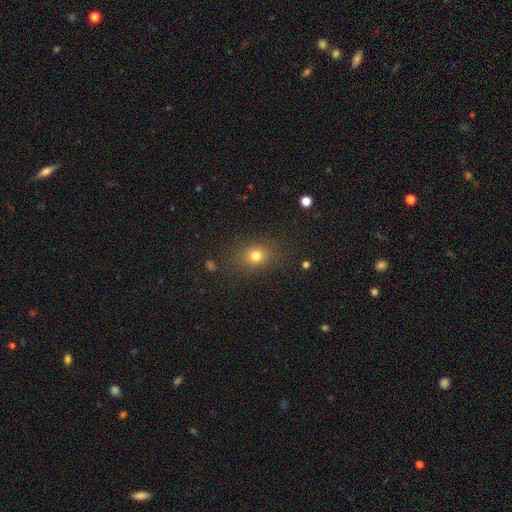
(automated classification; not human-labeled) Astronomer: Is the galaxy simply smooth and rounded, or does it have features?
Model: smooth — 76%.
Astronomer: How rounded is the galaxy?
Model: round — 54% (runner-up: in between, 45%).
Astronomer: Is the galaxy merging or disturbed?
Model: none — 82%.